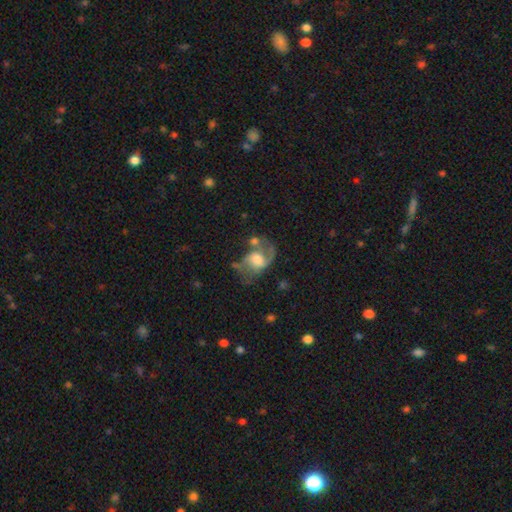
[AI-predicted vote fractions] The model was most divided on "spiral winding": medium: 45%, loose: 40%, tight: 15%. Remaining: edge-on disk — no (97%); spiral arms — yes (84%); spiral arm count — 2 (75%); smooth or featured — featured or disk (68%); bulge size — moderate (56%); bar — no (53%); merging — none (50%).